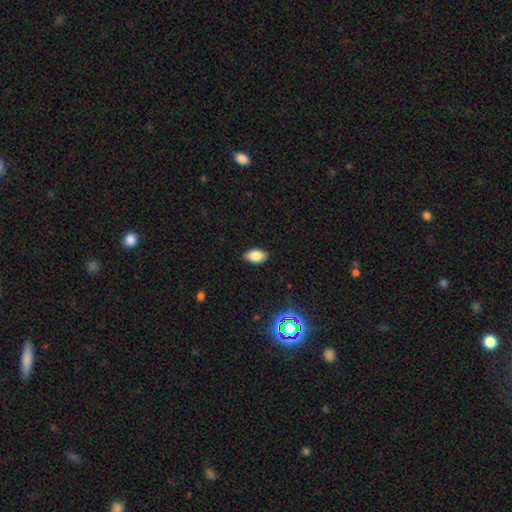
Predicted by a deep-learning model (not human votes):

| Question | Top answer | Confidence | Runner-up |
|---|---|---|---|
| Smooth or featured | smooth | 83% | star or artifact (10%) |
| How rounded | in between | 93% | round (5%) |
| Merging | none | 87% | minor disturbance (10%) |